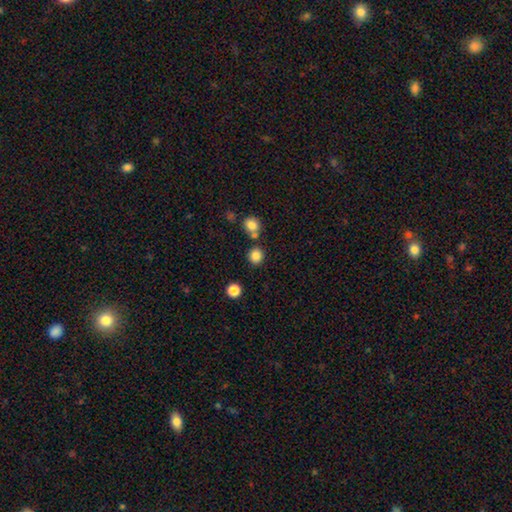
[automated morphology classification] Q: Smooth or featured?
A: smooth (84%); runner-up: star or artifact (12%)
Q: How rounded?
A: round (90%); runner-up: in between (9%)
Q: Merging?
A: none (78%); runner-up: merger (12%)